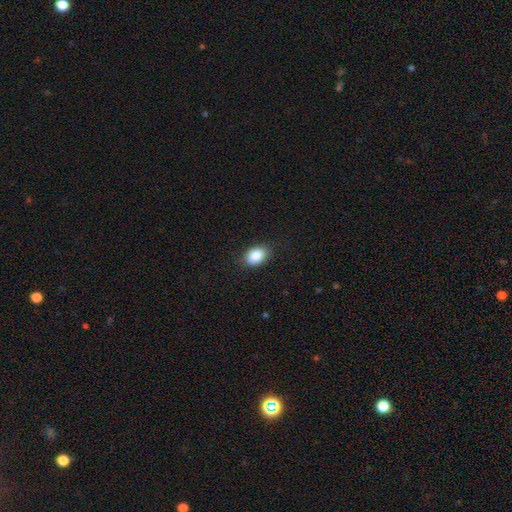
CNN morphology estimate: smooth 87%, star or artifact 8%, featured or disk 5%. Down the decision tree: how rounded — in between (83%); merging — none (86%).